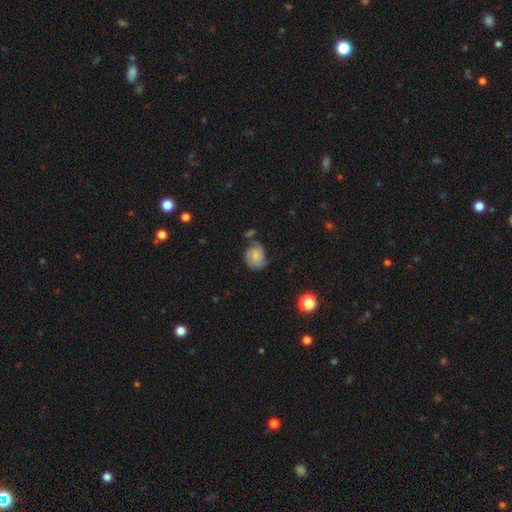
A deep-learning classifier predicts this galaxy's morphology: Smooth or featured?
  - smooth: 48% *
  - featured or disk: 43%
  - star or artifact: 9%
Merging?
  - none: 49% *
  - minor disturbance: 30%
  - major disturbance: 13%
  - merger: 7%